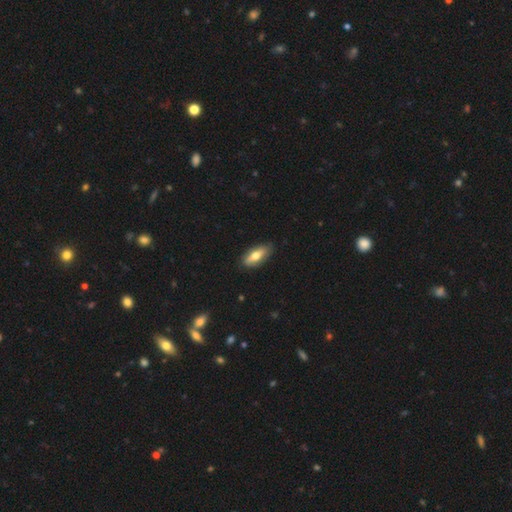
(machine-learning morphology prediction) Smooth or featured? smooth (58%)
How rounded? in between (78%)
Merging? none (81%)